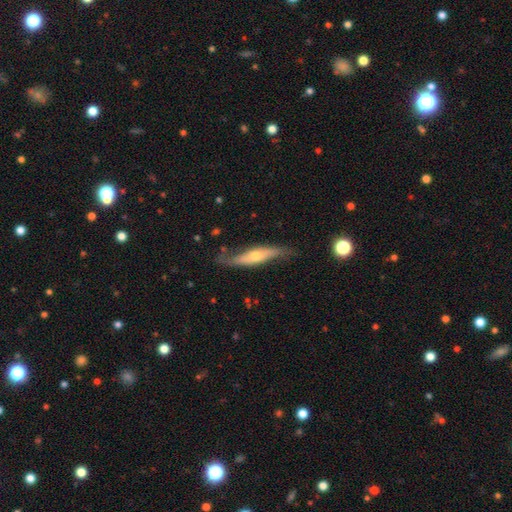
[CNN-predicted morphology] Q: Smooth or featured?
A: featured or disk (64%); runner-up: smooth (30%)
Q: Edge-on disk?
A: yes (64%); runner-up: no (36%)
Q: Merging?
A: none (65%); runner-up: minor disturbance (24%)